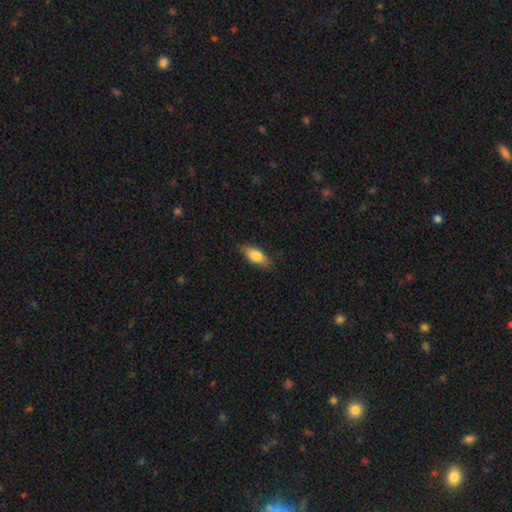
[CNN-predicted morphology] smooth_or_featured: smooth (p=0.82) [alt: featured or disk p=0.12]
how_rounded: in between (p=0.83) [alt: cigar-shaped p=0.14]
merging: none (p=0.81) [alt: minor disturbance p=0.15]